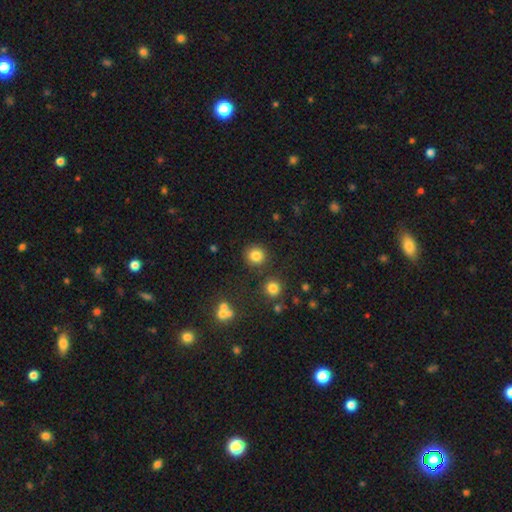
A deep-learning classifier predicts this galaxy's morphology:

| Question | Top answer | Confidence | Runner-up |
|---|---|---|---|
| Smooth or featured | smooth | 82% | star or artifact (12%) |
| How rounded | round | 91% | in between (8%) |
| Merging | none | 85% | minor disturbance (7%) |